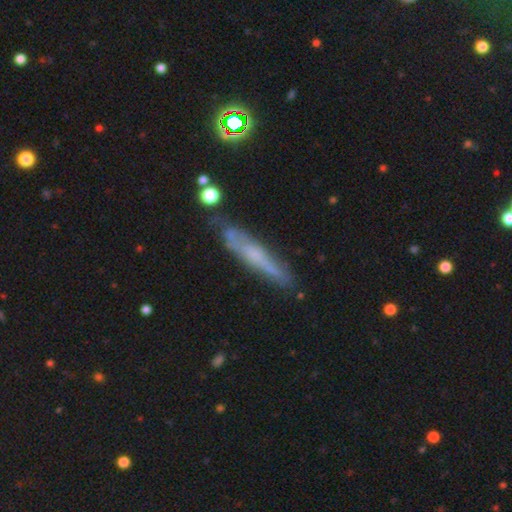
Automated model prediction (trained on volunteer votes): Overall: featured or disk (50%; smooth 40%). Merging: none (69%).